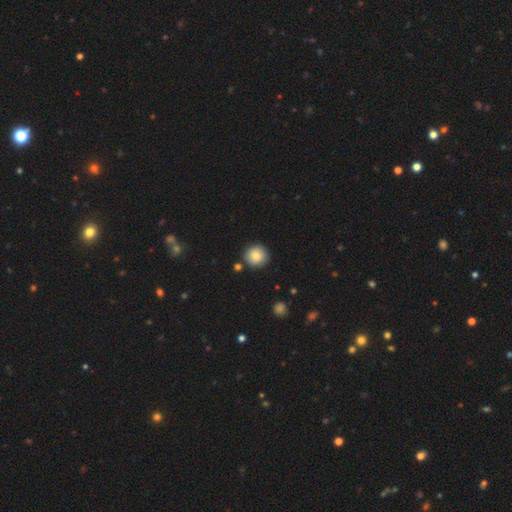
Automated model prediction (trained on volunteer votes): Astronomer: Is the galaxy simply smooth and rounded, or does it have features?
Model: smooth — 83%.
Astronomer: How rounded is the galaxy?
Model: round — 93%.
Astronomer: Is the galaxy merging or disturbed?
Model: none — 86%.